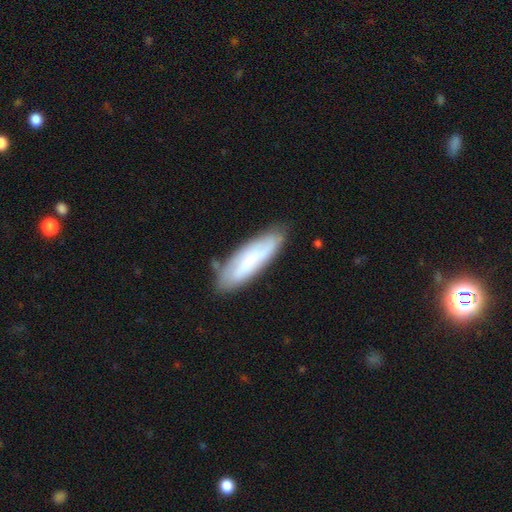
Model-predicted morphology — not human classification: The model was most divided on "how rounded": cigar-shaped: 62%, in between: 36%, round: 1%. More confident: merging — none (76%); smooth or featured — smooth (63%).